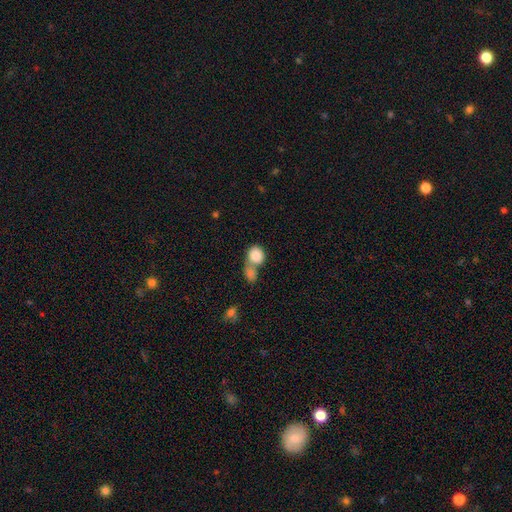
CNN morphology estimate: A smooth galaxy with no disk features (84%) that is round (69%).

Vote fractions:
- Smooth or featured? smooth: 84% / featured or disk: 8% / star or artifact: 8%
- How rounded? round: 69% / in between: 30% / cigar-shaped: 1%
- Merging? merger: 59% / none: 29% / minor disturbance: 8% / major disturbance: 4%